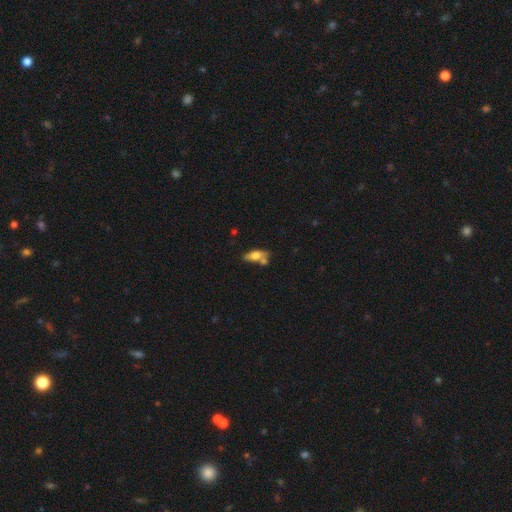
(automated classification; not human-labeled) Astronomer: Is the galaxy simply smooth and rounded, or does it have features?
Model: smooth — 66%.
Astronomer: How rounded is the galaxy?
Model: in between — 75%.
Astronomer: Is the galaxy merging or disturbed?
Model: none — 50% (runner-up: merger, 28%).